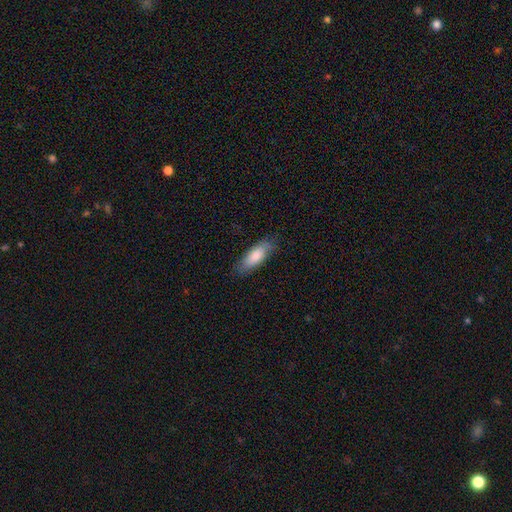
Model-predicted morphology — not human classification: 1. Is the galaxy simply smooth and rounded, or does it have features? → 80% smooth, 14% featured or disk, 6% star or artifact.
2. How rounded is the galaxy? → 67% in between, 31% cigar-shaped, 2% round.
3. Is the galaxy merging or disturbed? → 79% none, 16% minor disturbance, 3% major disturbance, 1% merger.